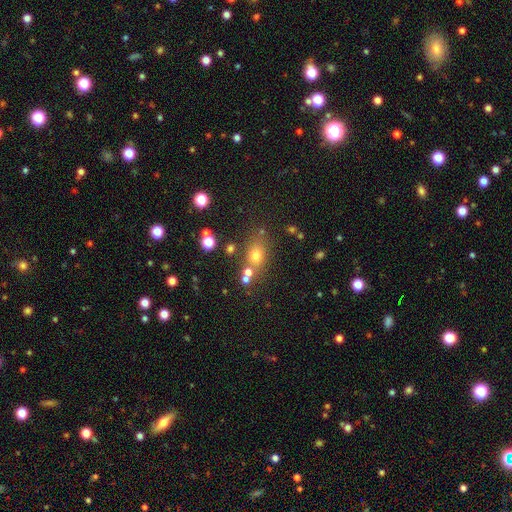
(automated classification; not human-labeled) This appears to be a smooth galaxy with no disk features (67%) that is in between round and cigar-shaped (55%). Merging: none (69%).